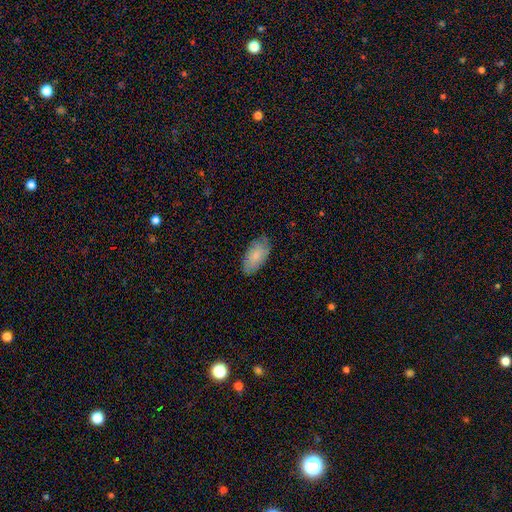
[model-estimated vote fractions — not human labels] Smooth or featured? Predicted: smooth (p=0.74). How rounded? Predicted: in between (p=0.94). Merging? Predicted: none (p=0.76).